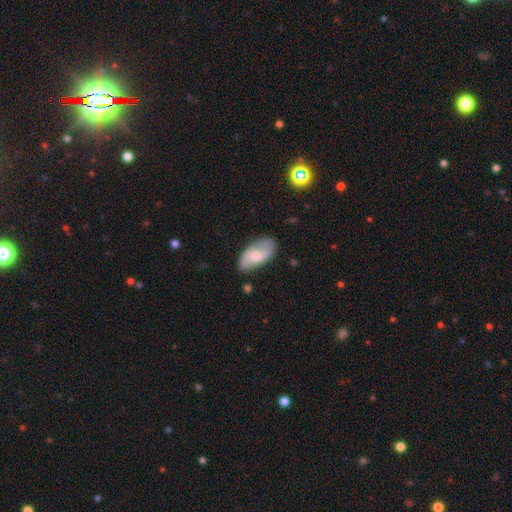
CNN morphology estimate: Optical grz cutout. It shows a featured or disk galaxy (50%). Merging: none (70%).